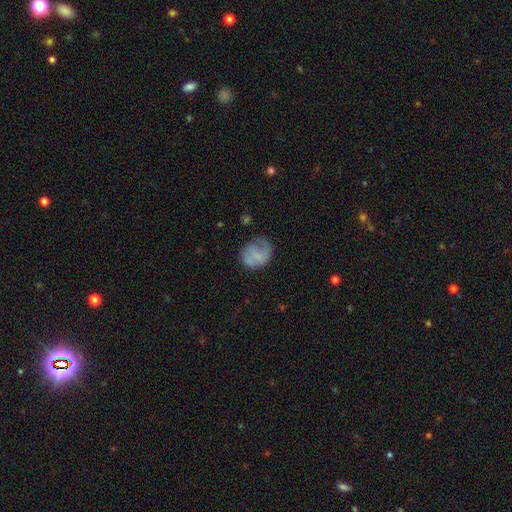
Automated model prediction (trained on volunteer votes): smooth-or-featured: smooth: 61% | featured or disk: 30% | star or artifact: 9%
  how-rounded: round: 64% | in between: 35% | cigar-shaped: 1%
  merging: none: 50% | minor disturbance: 28% | major disturbance: 19% | merger: 3%